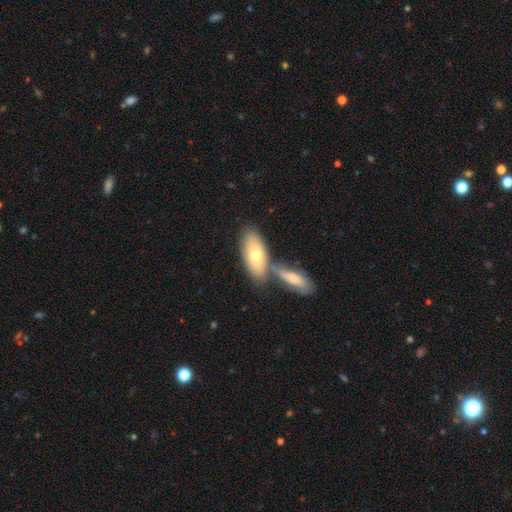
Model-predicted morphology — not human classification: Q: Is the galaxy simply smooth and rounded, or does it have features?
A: smooth — 70%.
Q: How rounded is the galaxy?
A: in between — 84%.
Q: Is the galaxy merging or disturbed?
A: none — 50%.